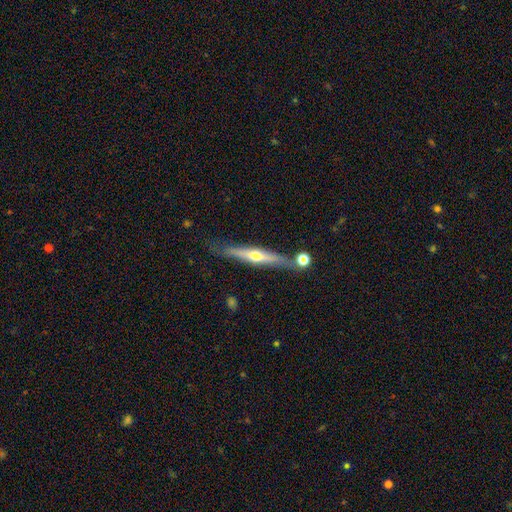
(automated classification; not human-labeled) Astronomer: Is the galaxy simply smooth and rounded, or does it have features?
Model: featured or disk — 62%.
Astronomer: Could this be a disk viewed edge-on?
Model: yes — 94%.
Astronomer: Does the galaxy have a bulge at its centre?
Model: rounded — 85%.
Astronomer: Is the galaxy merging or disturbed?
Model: none — 75%.